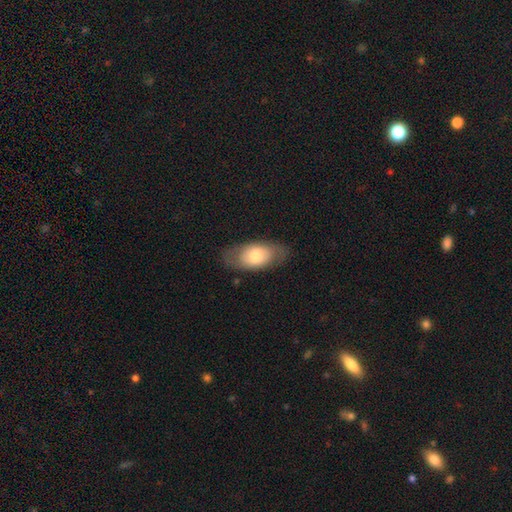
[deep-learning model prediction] This is likely a smooth galaxy (63%). How rounded: clearly in between (91%). Merging: likely none (75%).